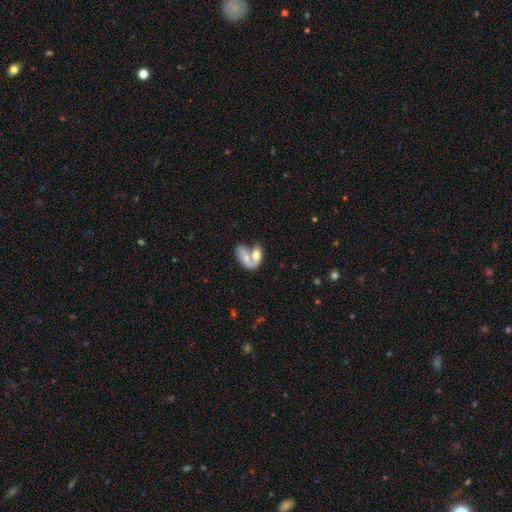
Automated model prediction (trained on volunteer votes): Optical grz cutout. It shows a smooth galaxy with no disk features (63%) that is in between round and cigar-shaped (86%). Merging: merger (72%).